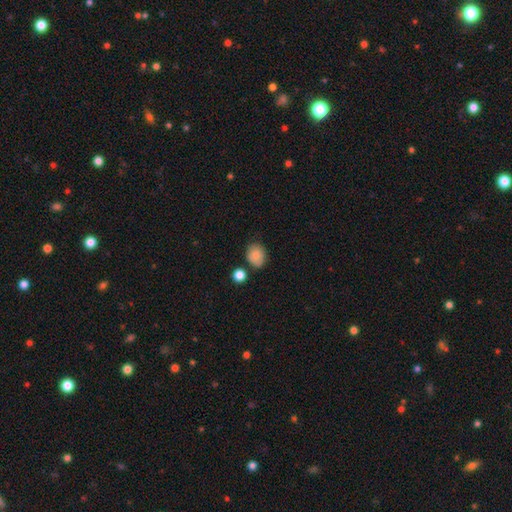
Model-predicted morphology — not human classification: Smooth or featured? Predicted: smooth (p=0.84). How rounded? Predicted: in between (p=0.50). Merging? Predicted: none (p=0.72).